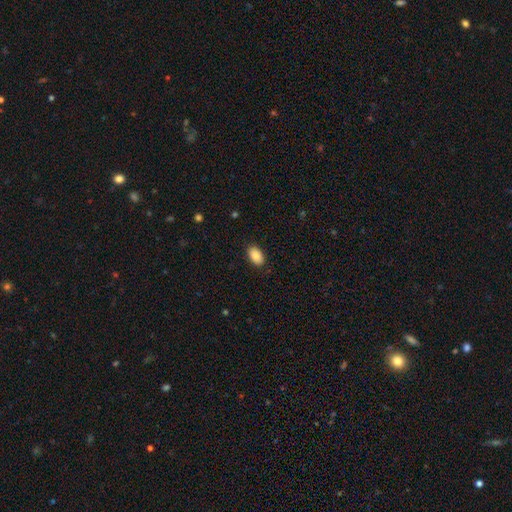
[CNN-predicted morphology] Smooth or featured? smooth (89%)
How rounded? in between (93%)
Merging? none (88%)